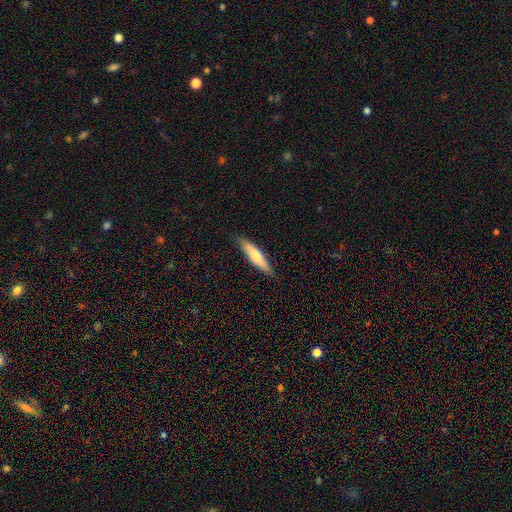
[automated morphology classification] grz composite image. It shows a smooth galaxy with no disk features (73%) that is cigar-shaped (78%). Merging: none (85%).